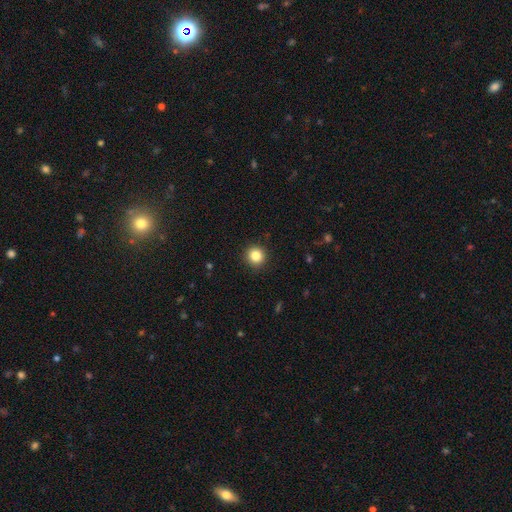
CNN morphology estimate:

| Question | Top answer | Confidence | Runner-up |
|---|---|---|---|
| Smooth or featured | smooth | 84% | star or artifact (11%) |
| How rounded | round | 94% | in between (5%) |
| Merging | none | 92% | minor disturbance (5%) |